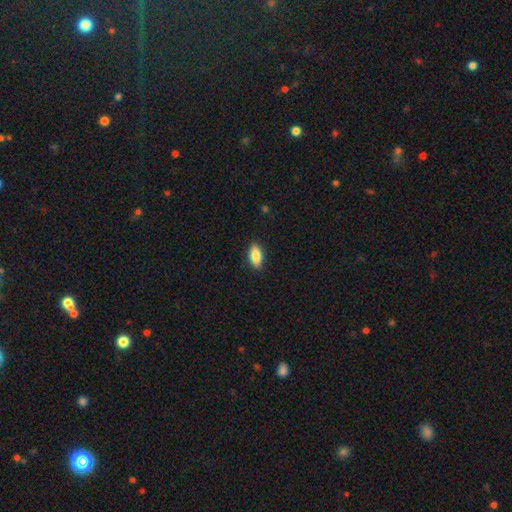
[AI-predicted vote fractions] Morphology: type=smooth (84%); roundness=in between (87%); merging=none (90%).